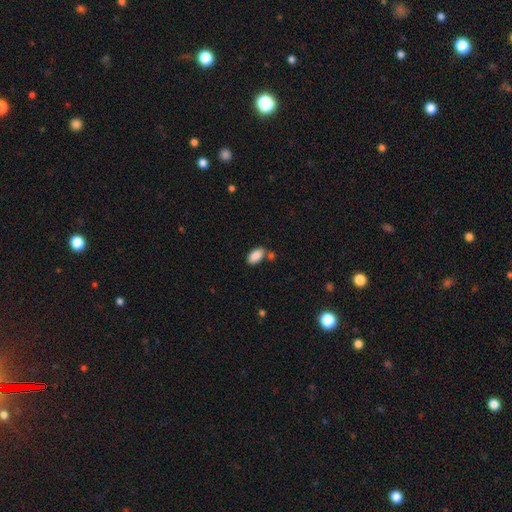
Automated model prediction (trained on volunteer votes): Smooth or featured? Predicted: smooth (p=0.88). How rounded? Predicted: in between (p=0.94). Merging? Predicted: none (p=0.69).